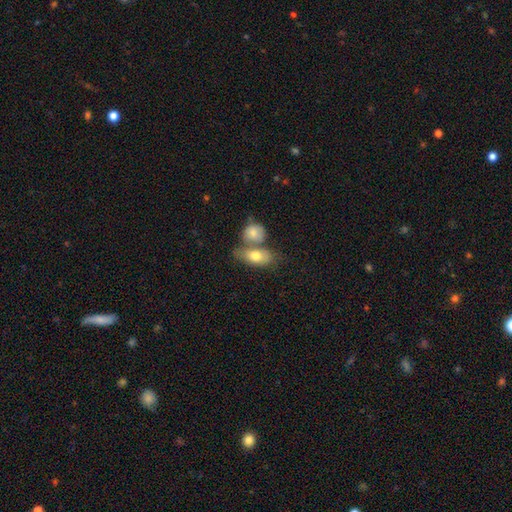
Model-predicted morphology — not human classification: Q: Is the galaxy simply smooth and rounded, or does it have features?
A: smooth — 74%.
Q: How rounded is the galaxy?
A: in between — 82%.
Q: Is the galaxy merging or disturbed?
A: merger — 50%.